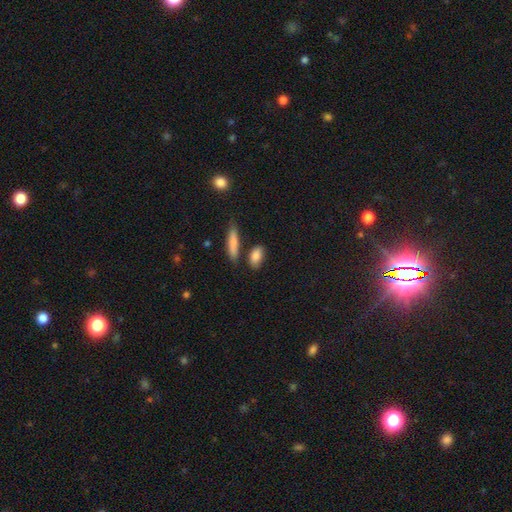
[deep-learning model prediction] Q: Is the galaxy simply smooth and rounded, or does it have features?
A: smooth — 85%.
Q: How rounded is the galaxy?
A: in between — 79%.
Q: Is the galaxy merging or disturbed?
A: none — 76%.